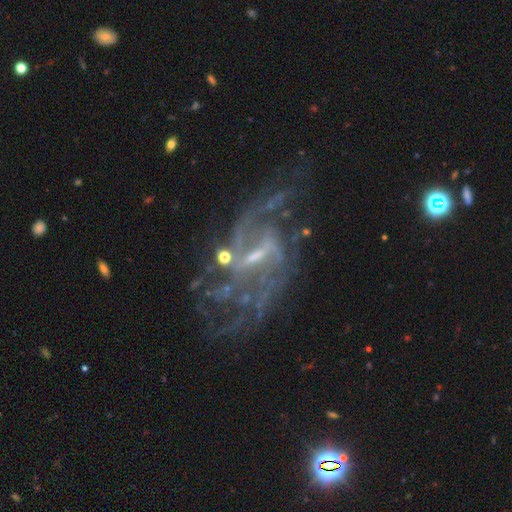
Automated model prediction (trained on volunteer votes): Smooth or featured: featured or disk — 88% (star or artifact — 8%)
Edge-on disk: no — 97% (yes — 3%)
Bar: weak — 45% (strong — 41%)
Spiral arms: yes — 93% (no — 7%)
Spiral winding: medium — 43% (loose — 39%)
Spiral arm count: 2 — 47% (can't tell — 21%)
Bulge size: small — 55% (moderate — 23%)
Merging: none — 50% (major disturbance — 26%)